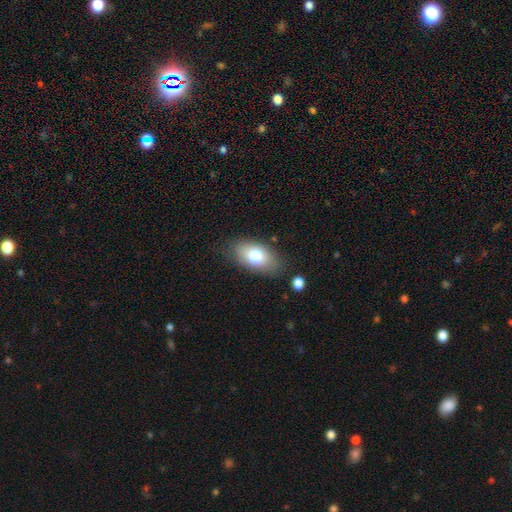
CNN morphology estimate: smooth-or-featured: smooth: 77% | featured or disk: 15% | star or artifact: 8%
  how-rounded: in between: 91% | round: 6% | cigar-shaped: 3%
  merging: none: 78% | minor disturbance: 15% | major disturbance: 4% | merger: 3%